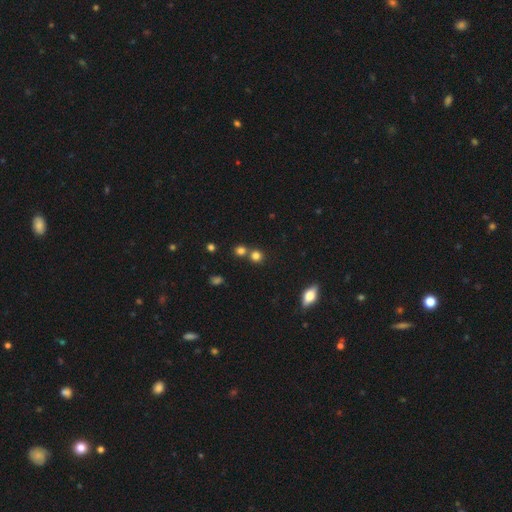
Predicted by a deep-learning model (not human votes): A smooth galaxy with no disk features (78%) that is round (89%). Merging: none (64%).